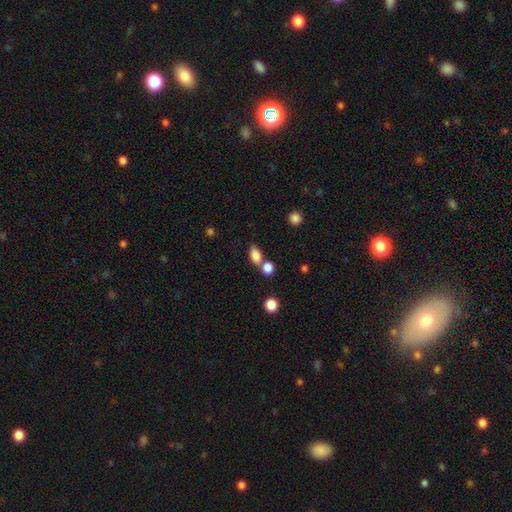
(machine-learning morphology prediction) type=smooth (82%); roundness=in between (83%); merging=none (57%).